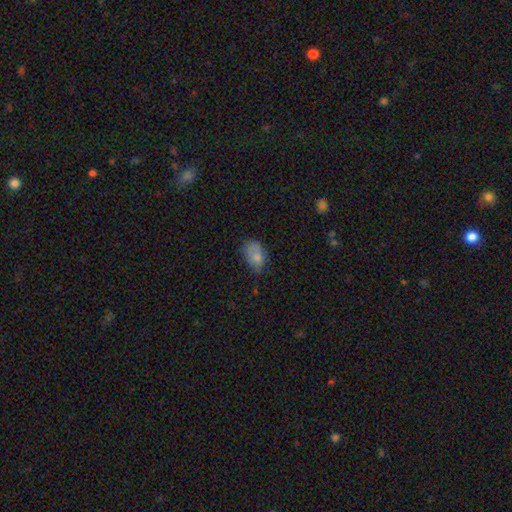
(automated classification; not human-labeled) Smooth or featured?
  - smooth: 77% *
  - featured or disk: 13%
  - star or artifact: 9%
How rounded?
  - in between: 85% *
  - round: 14%
  - cigar-shaped: 1%
Merging?
  - none: 48% *
  - minor disturbance: 35%
  - major disturbance: 14%
  - merger: 3%